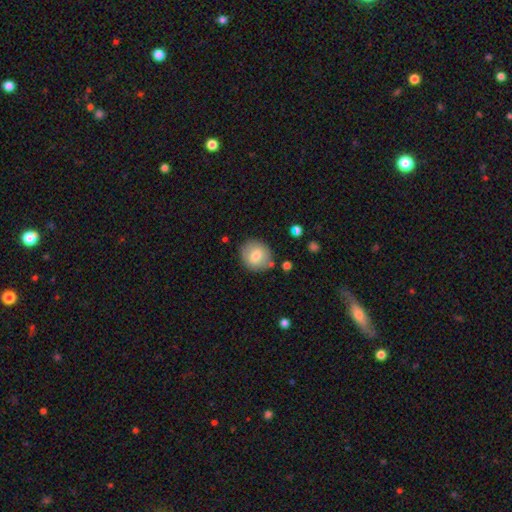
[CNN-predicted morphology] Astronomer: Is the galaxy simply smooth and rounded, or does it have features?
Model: smooth — 75%.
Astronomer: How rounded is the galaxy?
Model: round — 84%.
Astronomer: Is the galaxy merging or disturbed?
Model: none — 83%.